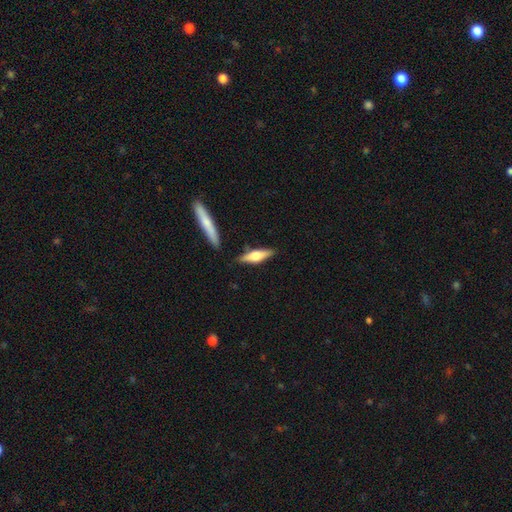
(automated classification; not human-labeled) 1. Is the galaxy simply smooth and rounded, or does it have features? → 53% featured or disk, 42% smooth, 5% star or artifact.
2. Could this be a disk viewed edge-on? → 94% yes, 6% no.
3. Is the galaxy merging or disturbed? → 83% none, 10% minor disturbance, 5% merger, 2% major disturbance.